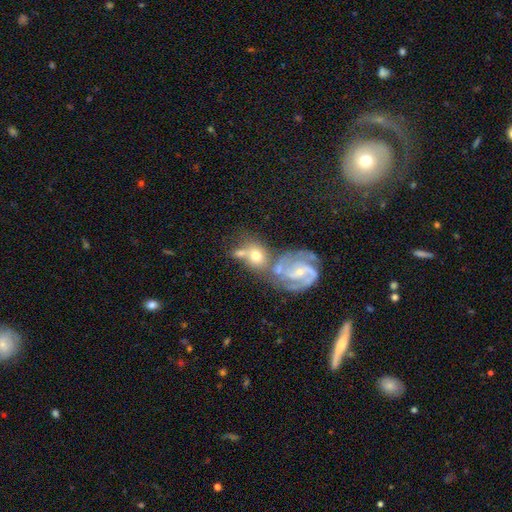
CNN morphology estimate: Q: Smooth or featured?
A: featured or disk (58%); runner-up: smooth (34%)
Q: Edge-on disk?
A: no (96%); runner-up: yes (4%)
Q: Bar?
A: no (49%); runner-up: weak (38%)
Q: Spiral arms?
A: yes (88%); runner-up: no (12%)
Q: Bulge size?
A: small (57%); runner-up: moderate (37%)
Q: Merging?
A: merger (41%); runner-up: none (38%)